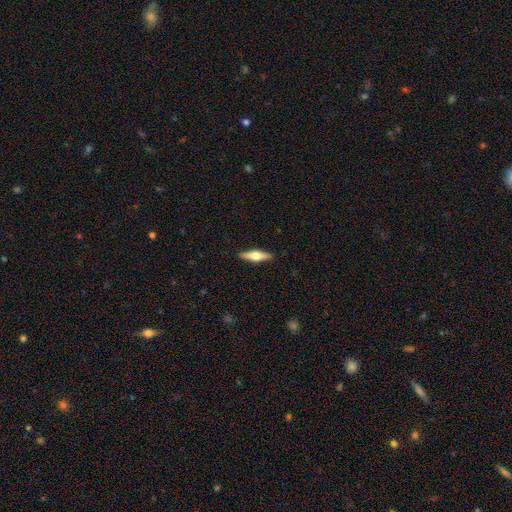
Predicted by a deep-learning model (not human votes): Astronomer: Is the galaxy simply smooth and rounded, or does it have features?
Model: featured or disk — 55% (runner-up: smooth, 40%).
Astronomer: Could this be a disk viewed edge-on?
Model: yes — 95%.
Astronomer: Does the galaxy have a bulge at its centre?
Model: rounded — 94%.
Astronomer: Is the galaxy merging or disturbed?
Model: none — 91%.